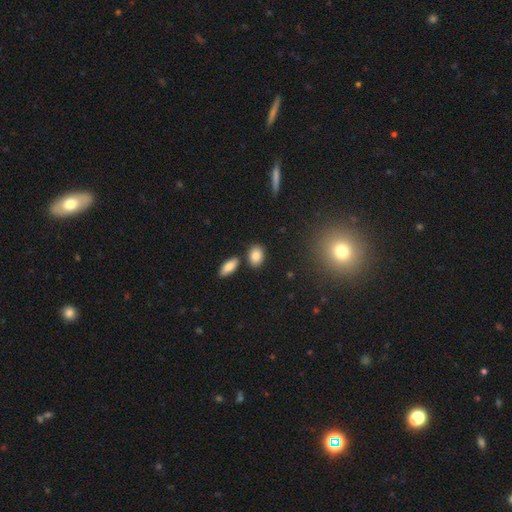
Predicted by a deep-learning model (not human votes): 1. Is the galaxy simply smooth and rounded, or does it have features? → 84% smooth, 8% star or artifact, 7% featured or disk.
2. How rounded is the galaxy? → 75% in between, 23% round, 2% cigar-shaped.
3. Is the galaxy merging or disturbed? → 78% none, 10% minor disturbance, 9% merger, 3% major disturbance.